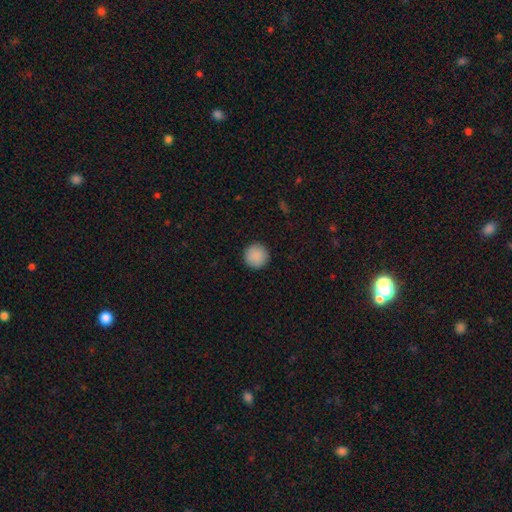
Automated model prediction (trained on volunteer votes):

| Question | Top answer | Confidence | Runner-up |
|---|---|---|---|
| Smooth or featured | smooth | 90% | star or artifact (7%) |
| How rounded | round | 96% | in between (3%) |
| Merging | none | 93% | minor disturbance (5%) |